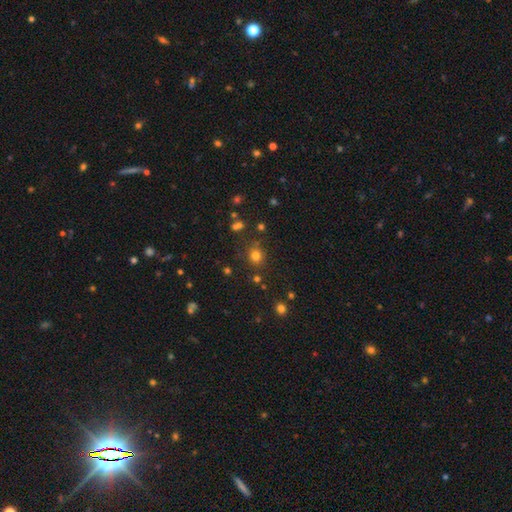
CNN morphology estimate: The model was most divided on "smooth or featured": smooth: 75%, star or artifact: 19%, featured or disk: 6%. More confident: how rounded — round (82%); merging — none (80%).